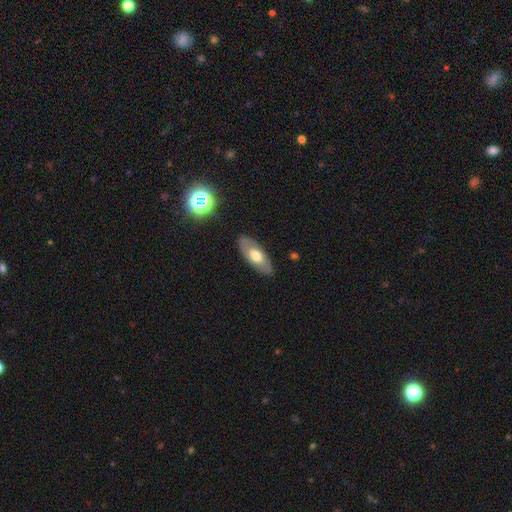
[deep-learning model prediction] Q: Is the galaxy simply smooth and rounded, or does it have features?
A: smooth — 50%.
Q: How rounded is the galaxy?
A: in between — 84%.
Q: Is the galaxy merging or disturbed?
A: none — 84%.